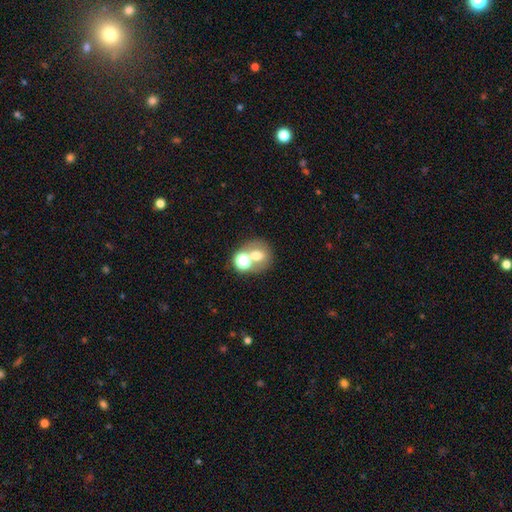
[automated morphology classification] smooth_or_featured: smooth (p=0.63) [alt: featured or disk p=0.21]
how_rounded: round (p=0.70) [alt: in between p=0.29]
merging: none (p=0.44) [alt: merger p=0.42]